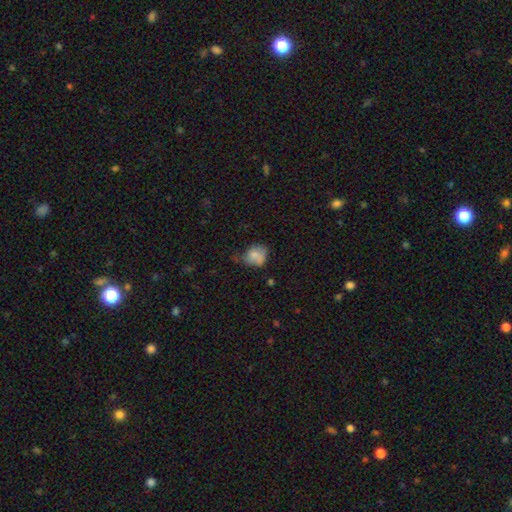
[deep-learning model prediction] Smooth or featured? Predicted: smooth (p=0.74). How rounded? Predicted: round (p=0.52). Merging? Predicted: none (p=0.39).